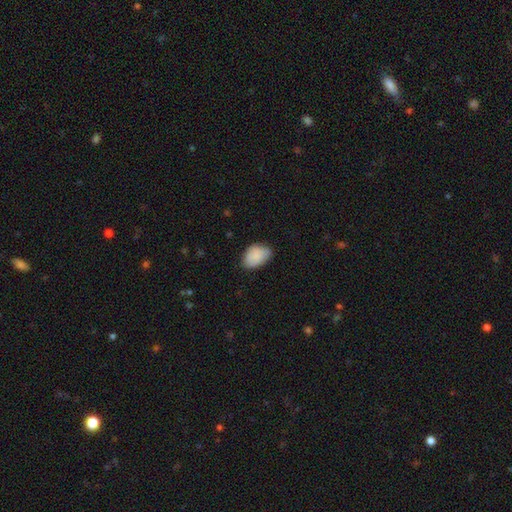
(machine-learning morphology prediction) smooth-or-featured: smooth: 87% | featured or disk: 7% | star or artifact: 7%
  how-rounded: in between: 88% | round: 11% | cigar-shaped: 1%
  merging: none: 64% | minor disturbance: 29% | major disturbance: 5% | merger: 1%